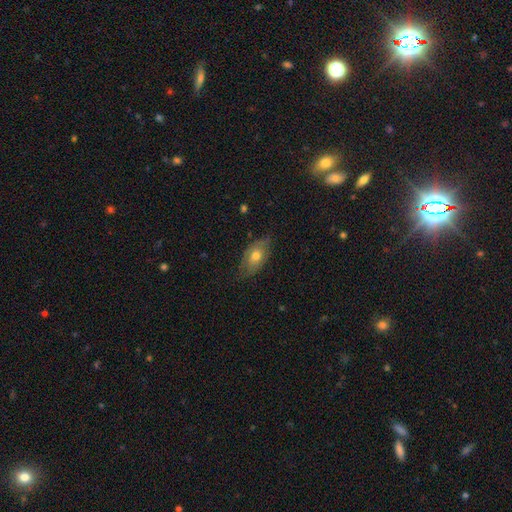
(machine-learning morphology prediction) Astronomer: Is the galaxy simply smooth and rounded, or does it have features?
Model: smooth — 59% (runner-up: featured or disk, 34%).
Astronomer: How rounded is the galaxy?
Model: in between — 88%.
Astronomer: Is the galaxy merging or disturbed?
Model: none — 64%.